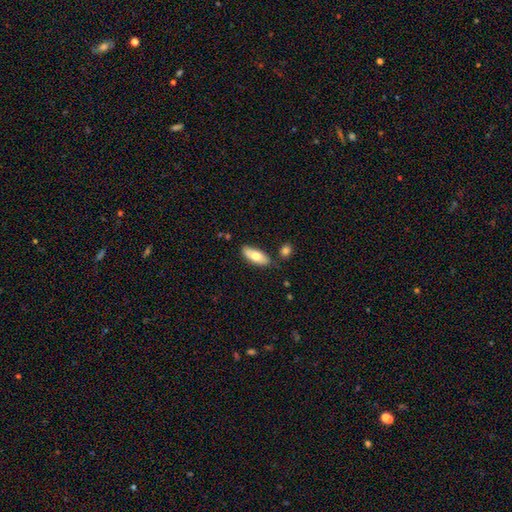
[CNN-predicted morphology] smooth 70%, featured or disk 24%, star or artifact 6%. Down the decision tree: how rounded — in between (81%); merging — none (78%).